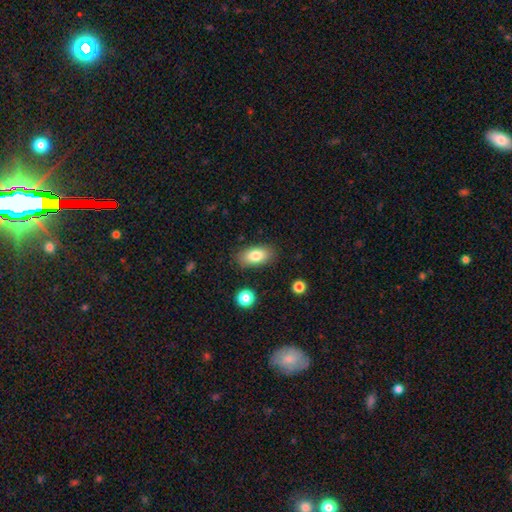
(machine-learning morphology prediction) Smooth or featured: smooth — 81% (featured or disk — 11%)
How rounded: in between — 90% (cigar-shaped — 5%)
Merging: none — 85% (minor disturbance — 11%)